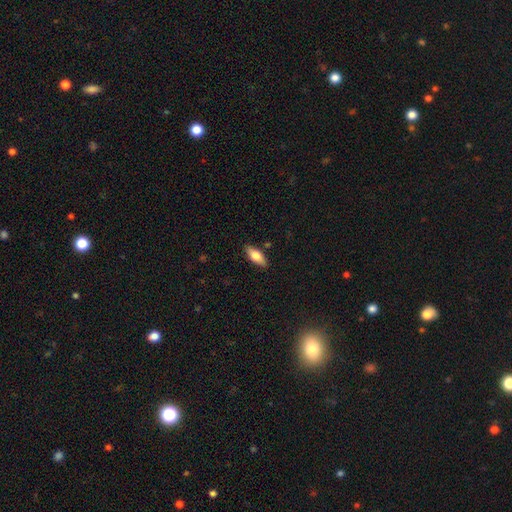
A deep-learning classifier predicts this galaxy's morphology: smooth_or_featured: smooth (p=0.68) [alt: featured or disk p=0.26]
how_rounded: in between (p=0.75) [alt: cigar-shaped p=0.22]
merging: none (p=0.86) [alt: minor disturbance p=0.10]